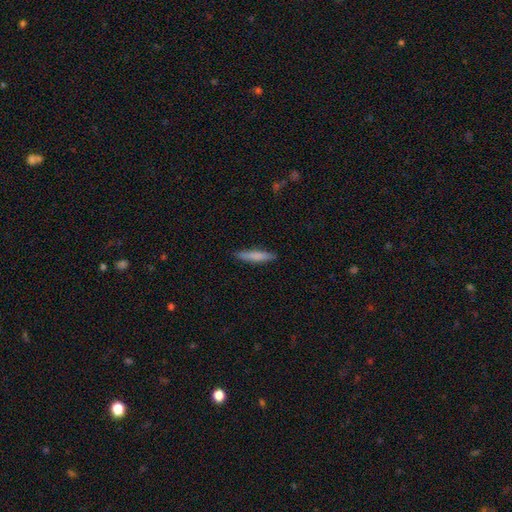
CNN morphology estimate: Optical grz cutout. It shows a smooth galaxy with no disk features (76%) that is cigar-shaped (89%). Merging: none (89%).